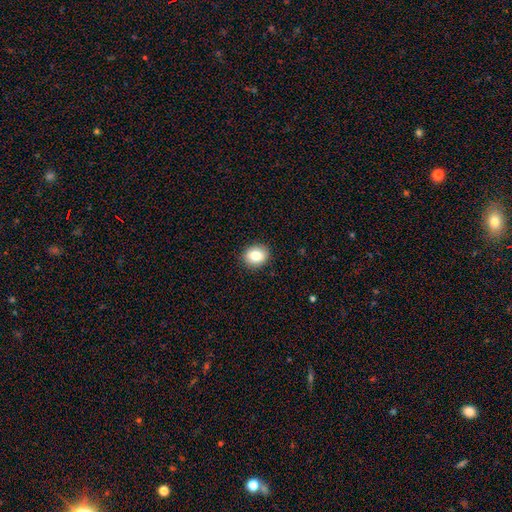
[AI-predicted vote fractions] smooth-or-featured: smooth: 82% | featured or disk: 9% | star or artifact: 9%
  how-rounded: round: 66% | in between: 33% | cigar-shaped: 1%
  merging: none: 91% | minor disturbance: 7% | major disturbance: 2% | merger: 1%